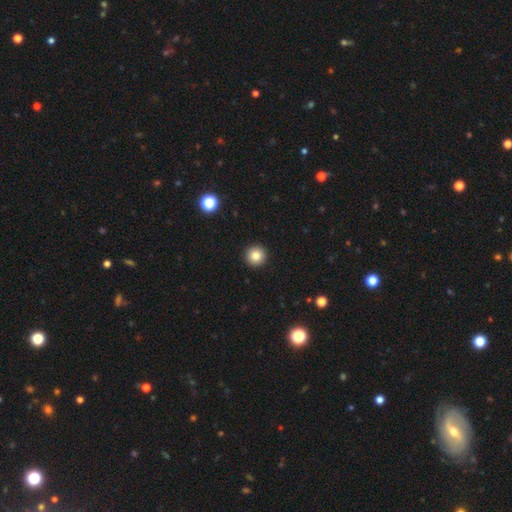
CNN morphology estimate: A smooth galaxy with no disk features (82%) that is round (96%). Merging: none (94%).